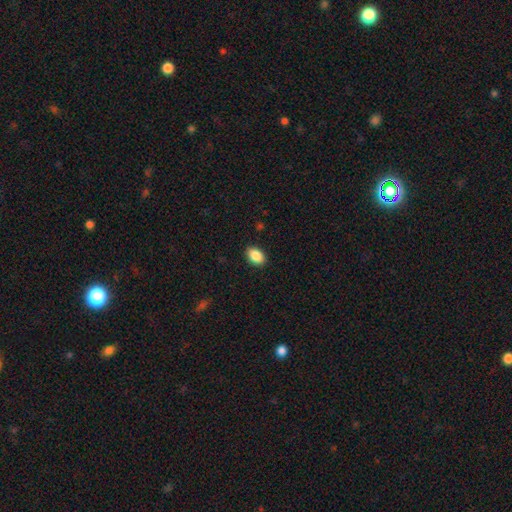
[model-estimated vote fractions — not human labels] Smooth or featured?
  - smooth: 88% *
  - star or artifact: 8%
  - featured or disk: 4%
How rounded?
  - in between: 83% *
  - round: 16%
  - cigar-shaped: 1%
Merging?
  - none: 90% *
  - minor disturbance: 8%
  - major disturbance: 2%
  - merger: 1%